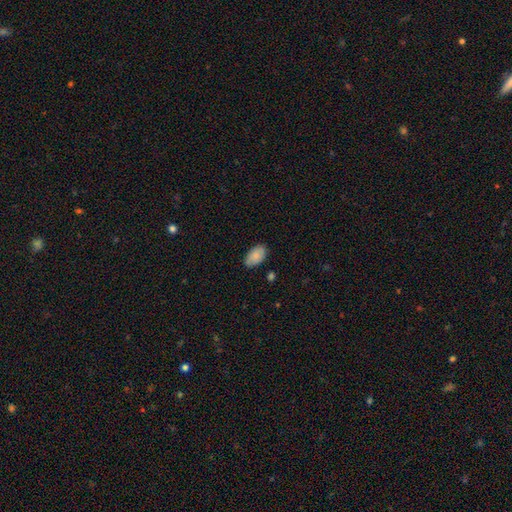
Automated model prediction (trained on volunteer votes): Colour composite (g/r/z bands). It shows a smooth galaxy with no disk features (82%) that is in between round and cigar-shaped (94%). Merging: none (78%).